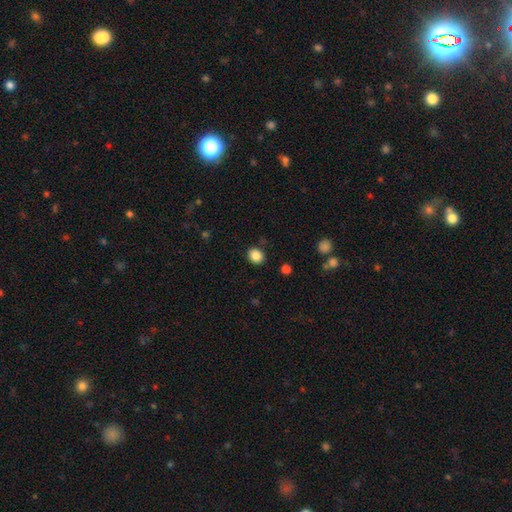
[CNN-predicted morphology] smooth_or_featured: smooth (p=0.87) [alt: star or artifact p=0.10]
how_rounded: round (p=0.65) [alt: in between p=0.34]
merging: none (p=0.88) [alt: minor disturbance p=0.08]